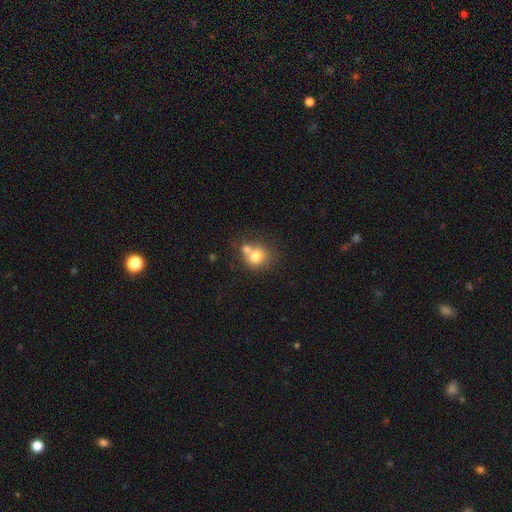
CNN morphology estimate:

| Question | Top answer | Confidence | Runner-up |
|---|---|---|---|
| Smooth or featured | smooth | 73% | featured or disk (16%) |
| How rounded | round | 76% | in between (23%) |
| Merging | merger | 45% | none (41%) |